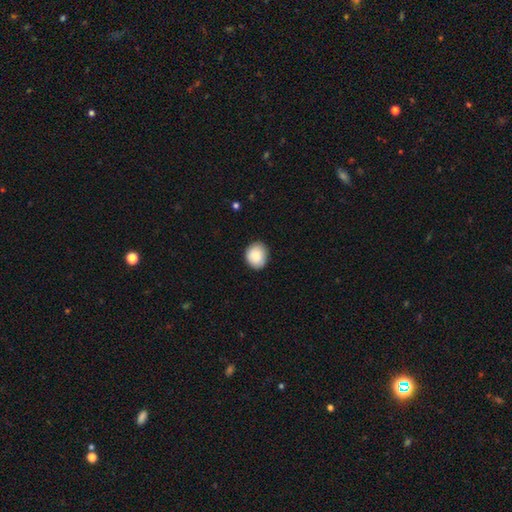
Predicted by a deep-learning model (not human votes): This is clearly a smooth galaxy (87%). How rounded: likely round (67%). Merging: clearly none (85%).